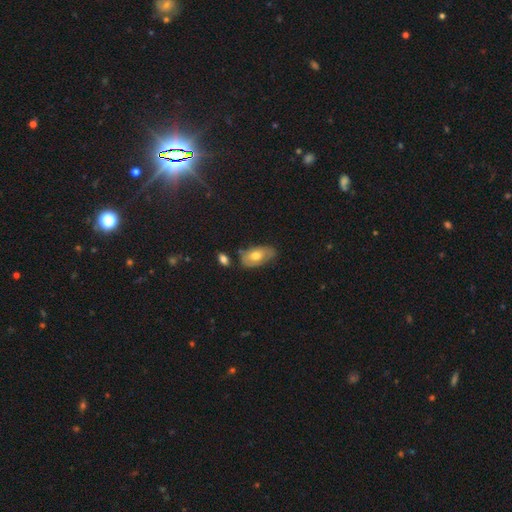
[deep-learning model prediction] Smooth or featured: smooth — 62% (featured or disk — 31%)
How rounded: in between — 92% (round — 5%)
Merging: none — 60% (minor disturbance — 27%)